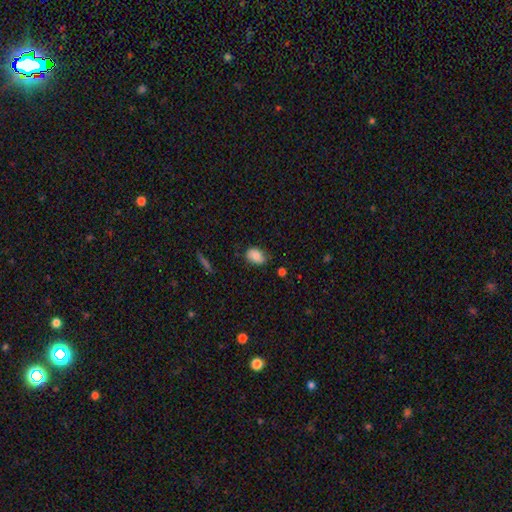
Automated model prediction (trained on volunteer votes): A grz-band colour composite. It shows a smooth galaxy with no disk features (83%) that is in between round and cigar-shaped (81%). Merging: none (72%).